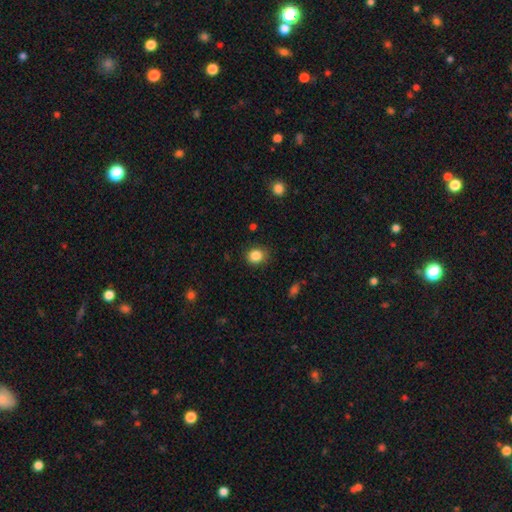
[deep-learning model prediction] smooth_or_featured: smooth (p=0.85) [alt: star or artifact p=0.10]
how_rounded: round (p=0.72) [alt: in between p=0.27]
merging: none (p=0.85) [alt: minor disturbance p=0.11]